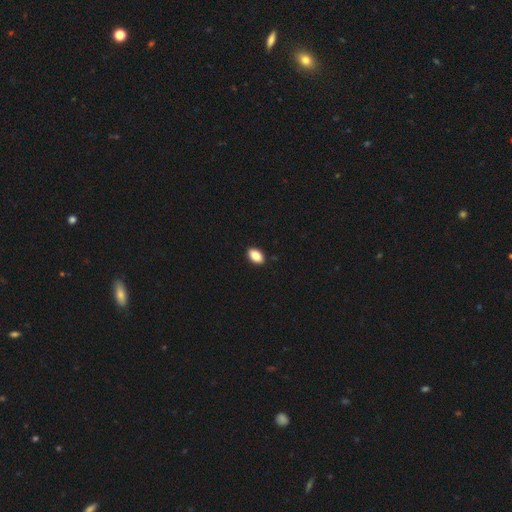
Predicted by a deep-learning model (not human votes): smooth_or_featured: smooth (p=0.86) [alt: star or artifact p=0.08]
how_rounded: in between (p=0.92) [alt: round p=0.06]
merging: none (p=0.91) [alt: minor disturbance p=0.07]